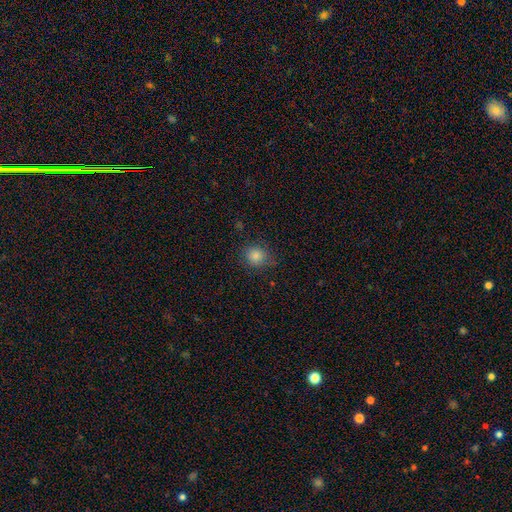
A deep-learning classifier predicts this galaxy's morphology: This appears to be a smooth galaxy with no disk features (83%) that is round (84%). Merging: none (80%).